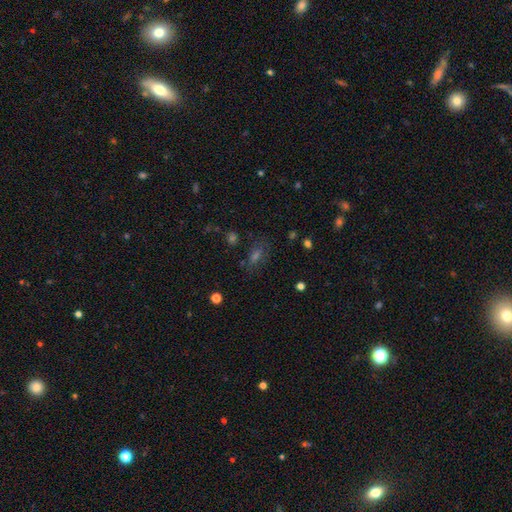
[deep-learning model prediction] Smooth or featured? Predicted: smooth (p=0.43). Merging? Predicted: none (p=0.70).